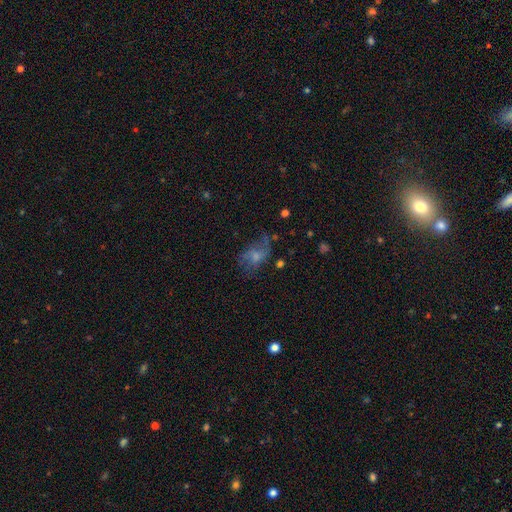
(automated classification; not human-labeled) Smooth or featured?
  - smooth: 47% *
  - featured or disk: 40%
  - star or artifact: 14%
Merging?
  - none: 40% *
  - major disturbance: 31%
  - minor disturbance: 25%
  - merger: 4%